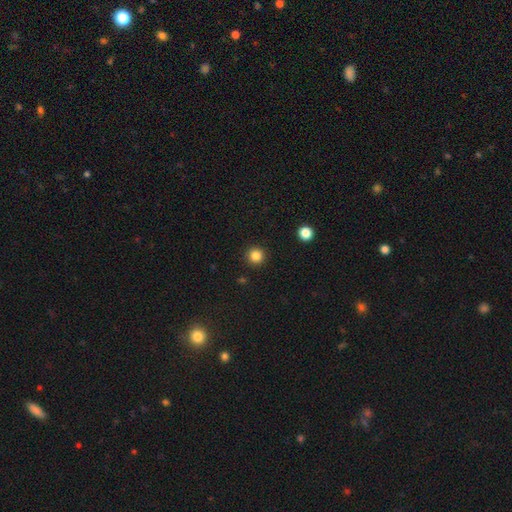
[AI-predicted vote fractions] A smooth galaxy with no disk features (84%) that is round (96%).

Vote fractions:
- Smooth or featured? smooth: 84% / star or artifact: 12% / featured or disk: 4%
- How rounded? round: 96% / in between: 3% / cigar-shaped: 1%
- Merging? none: 93% / minor disturbance: 4% / major disturbance: 2% / merger: 1%